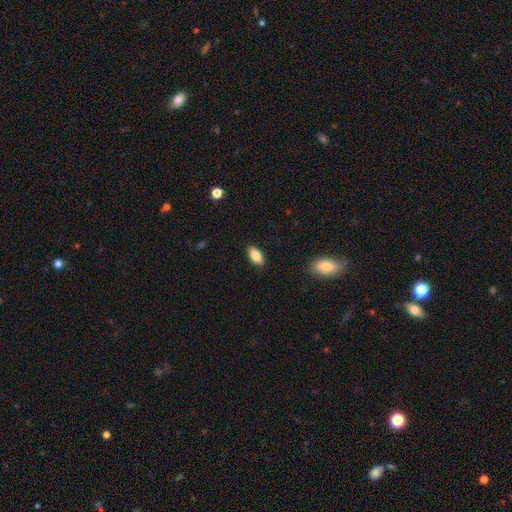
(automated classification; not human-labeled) Smooth or featured? smooth (82%)
How rounded? in between (89%)
Merging? none (89%)